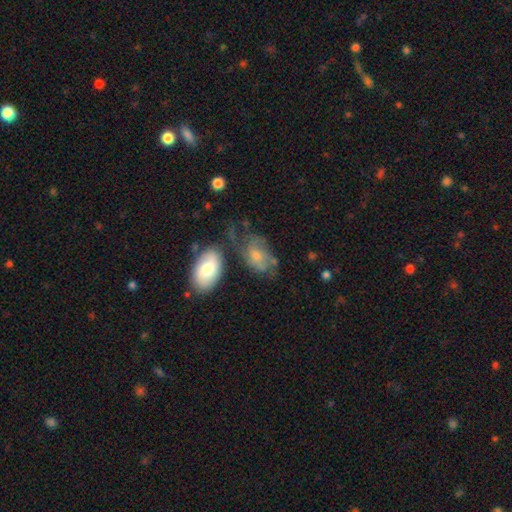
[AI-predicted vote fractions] smooth 46%, featured or disk 43%, star or artifact 10%. Down the decision tree: merging — none (39%).